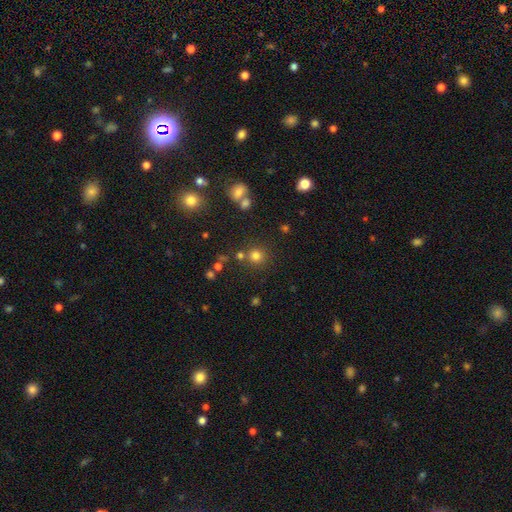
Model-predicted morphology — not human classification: smooth 76%, star or artifact 17%, featured or disk 7%. Down the decision tree: how rounded — round (91%); merging — none (76%).